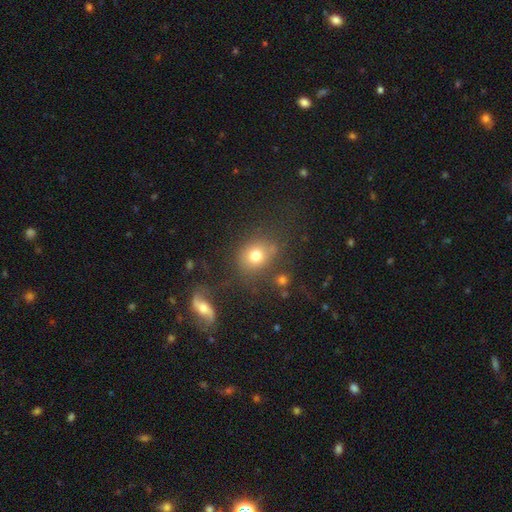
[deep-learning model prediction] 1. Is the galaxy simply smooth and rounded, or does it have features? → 74% smooth, 14% star or artifact, 12% featured or disk.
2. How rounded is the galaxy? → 67% round, 32% in between, 1% cigar-shaped.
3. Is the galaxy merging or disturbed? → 70% none, 15% minor disturbance, 8% merger, 7% major disturbance.